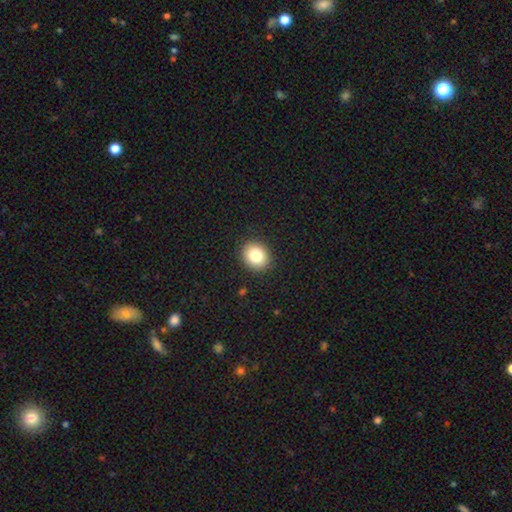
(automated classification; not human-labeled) A smooth galaxy with no disk features (81%) that is round (69%).

Vote fractions:
- Smooth or featured? smooth: 81% / star or artifact: 10% / featured or disk: 9%
- How rounded? round: 69% / in between: 30% / cigar-shaped: 1%
- Merging? none: 91% / minor disturbance: 6% / major disturbance: 2% / merger: 1%